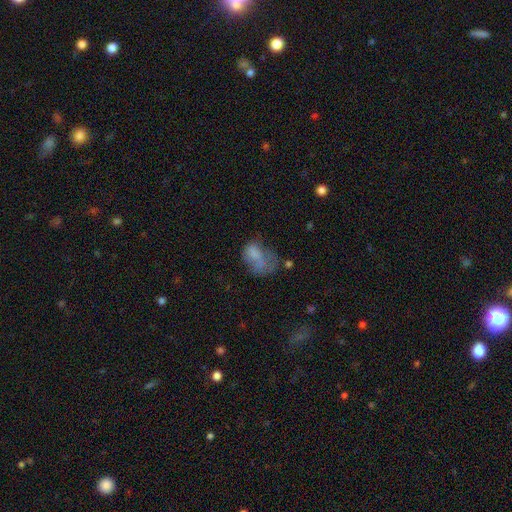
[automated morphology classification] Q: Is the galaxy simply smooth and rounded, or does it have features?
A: smooth — 65%.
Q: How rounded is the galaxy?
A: in between — 79%.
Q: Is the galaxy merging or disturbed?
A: major disturbance — 42%.